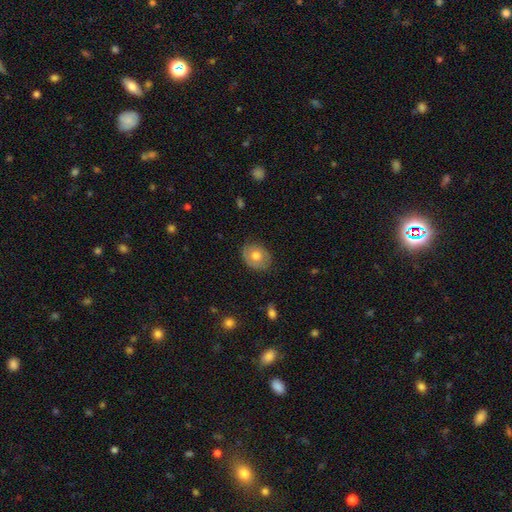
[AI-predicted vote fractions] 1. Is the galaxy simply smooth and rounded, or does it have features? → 60% smooth, 33% featured or disk, 7% star or artifact.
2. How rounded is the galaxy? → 50% round, 49% in between, 1% cigar-shaped.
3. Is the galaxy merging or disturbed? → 78% none, 17% minor disturbance, 4% major disturbance, 1% merger.